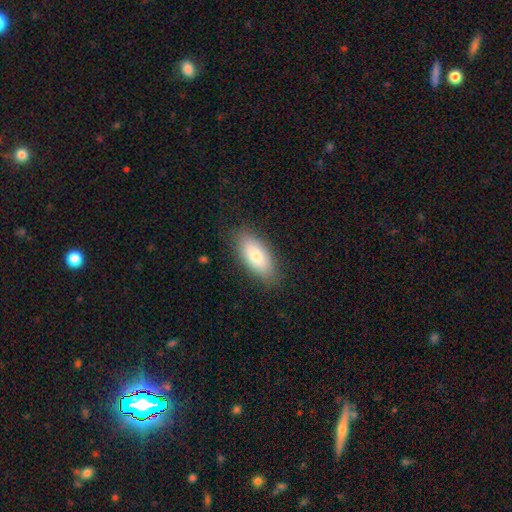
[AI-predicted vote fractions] A smooth galaxy with no disk features (76%) that is in between round and cigar-shaped (86%). Merging: none (84%).